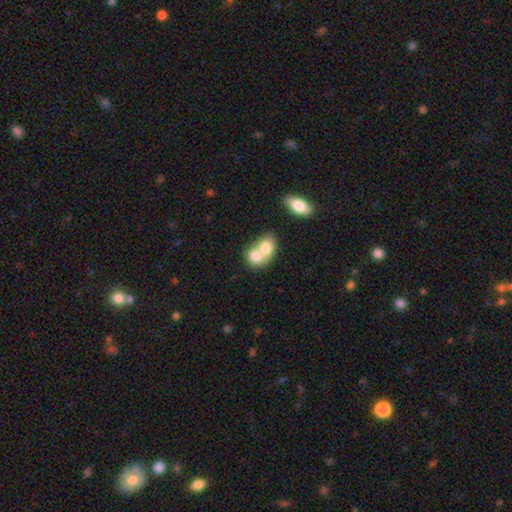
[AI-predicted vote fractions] The model was most divided on "how rounded": round: 53%, in between: 46%, cigar-shaped: 1%. More confident: merging — merger (77%); smooth or featured — smooth (73%).